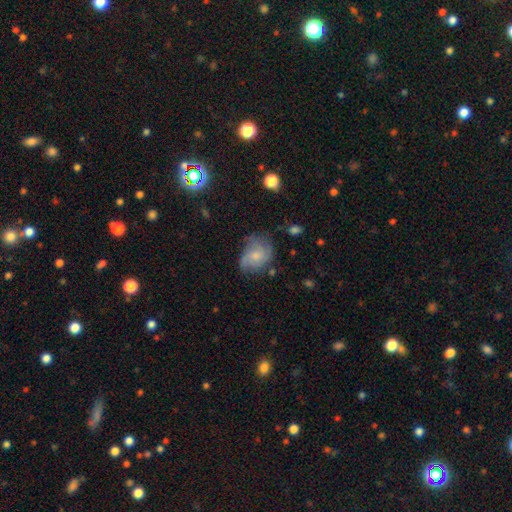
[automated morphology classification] This appears to be a smooth galaxy with no disk features (49%). Merging: none (50%).